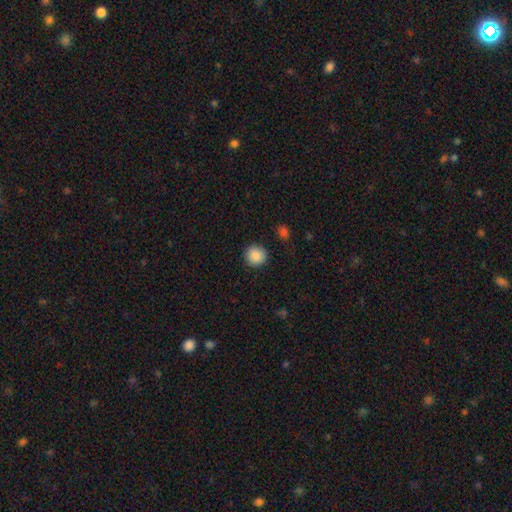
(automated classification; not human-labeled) The model was most divided on "smooth or featured": smooth: 88%, star or artifact: 9%, featured or disk: 3%. More confident: how rounded — round (92%); merging — none (89%).